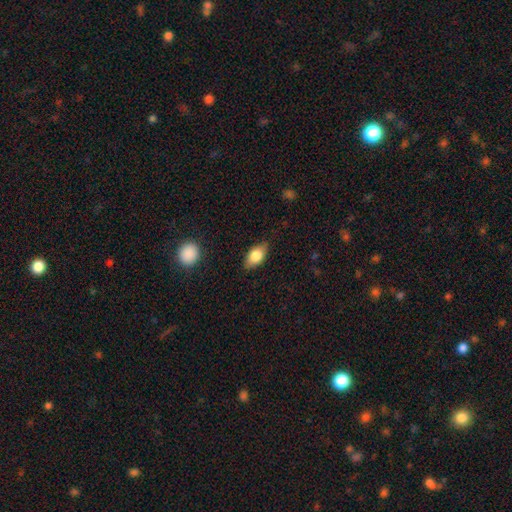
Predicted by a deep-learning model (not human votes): This appears to be a smooth galaxy with no disk features (79%) that is in between round and cigar-shaped (89%). Merging: none (82%).